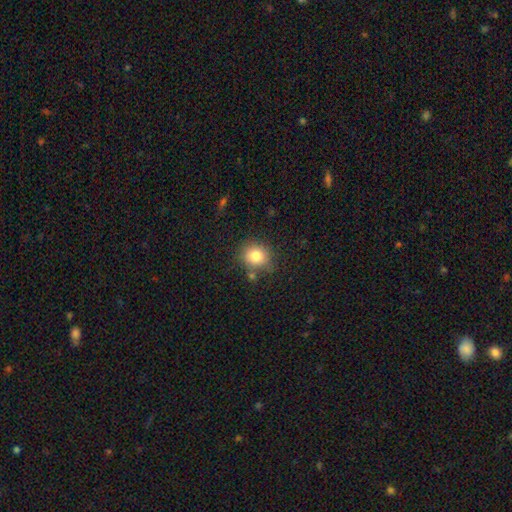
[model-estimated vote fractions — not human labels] This appears to be a smooth galaxy with no disk features (81%) that is round (74%). Merging: none (75%).